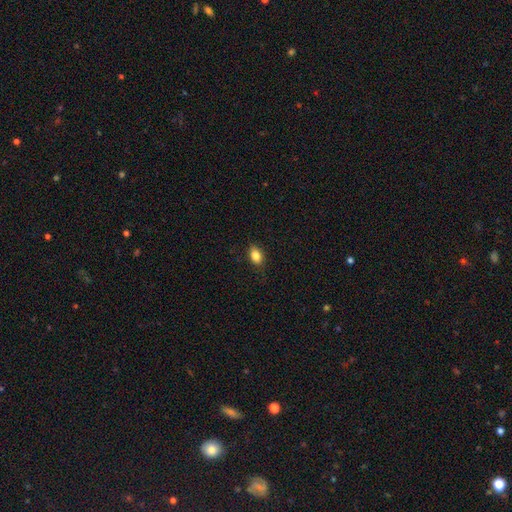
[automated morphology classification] Smooth or featured: smooth — 85% (star or artifact — 9%)
How rounded: in between — 84% (round — 14%)
Merging: none — 85% (minor disturbance — 12%)